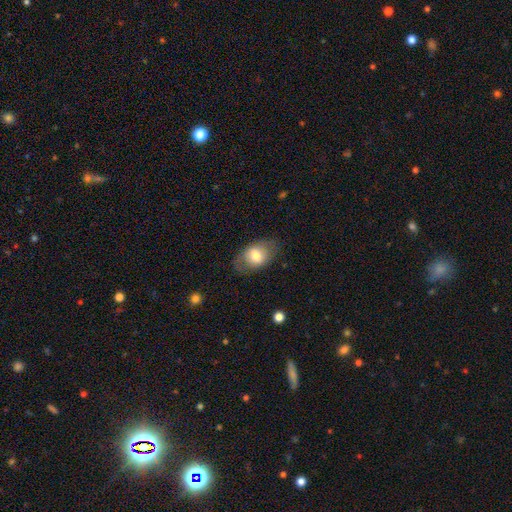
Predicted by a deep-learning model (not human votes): Smooth or featured: smooth — 68% (featured or disk — 25%)
How rounded: in between — 78% (round — 21%)
Merging: none — 75% (minor disturbance — 16%)